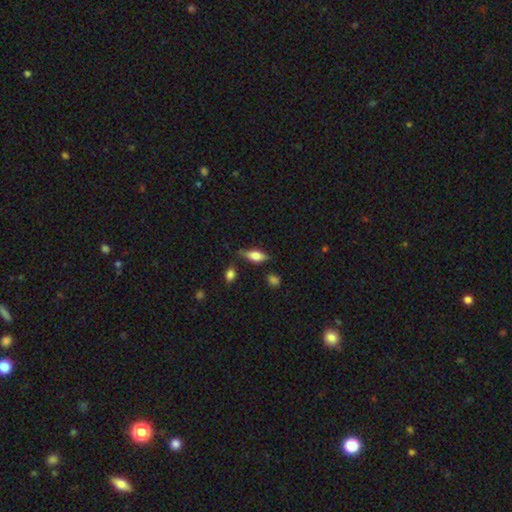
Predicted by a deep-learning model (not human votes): The model was most divided on "smooth or featured": smooth: 58%, featured or disk: 34%, star or artifact: 8%. More confident: merging — none (70%); how rounded — in between (70%).